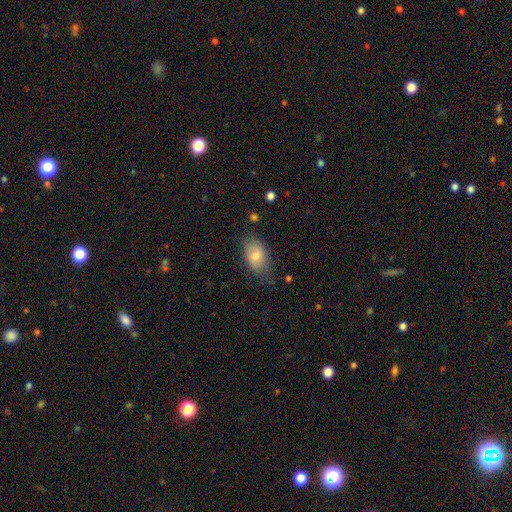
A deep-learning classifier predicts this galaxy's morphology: smooth-or-featured: smooth: 78% | featured or disk: 14% | star or artifact: 7%
  how-rounded: in between: 90% | round: 9% | cigar-shaped: 2%
  merging: none: 64% | minor disturbance: 26% | major disturbance: 8% | merger: 2%